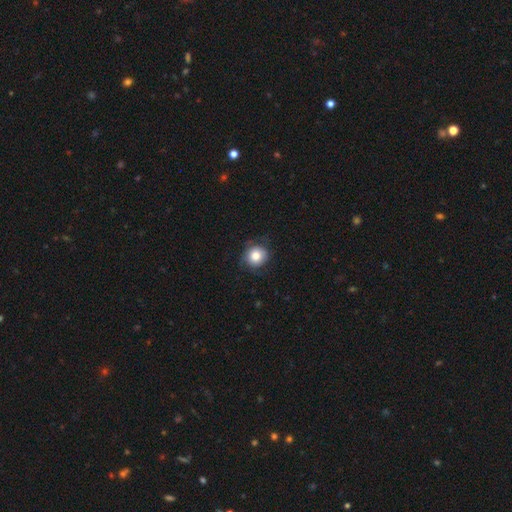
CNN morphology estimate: A smooth galaxy with no disk features (78%) that is round (89%). Merging: none (73%).